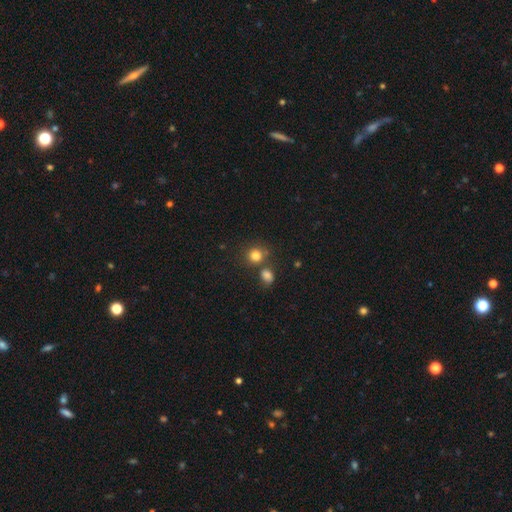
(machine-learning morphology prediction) A smooth galaxy with no disk features (81%) that is round (86%).

Vote fractions:
- Smooth or featured? smooth: 81% / star or artifact: 12% / featured or disk: 7%
- How rounded? round: 86% / in between: 13% / cigar-shaped: 1%
- Merging? none: 63% / merger: 22% / minor disturbance: 11% / major disturbance: 4%